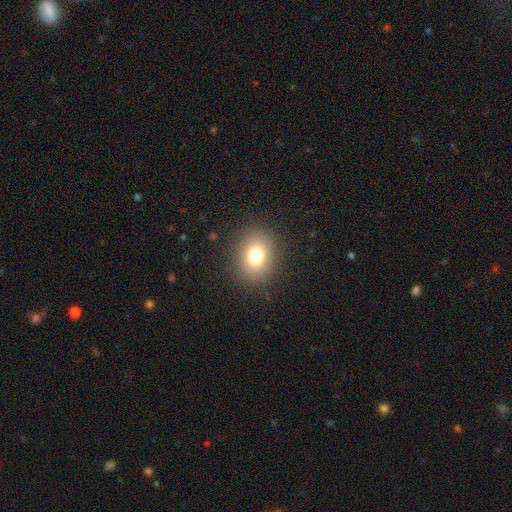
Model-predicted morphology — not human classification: The model was most divided on "how rounded": round: 55%, in between: 44%, cigar-shaped: 1%. More confident: merging — none (88%); smooth or featured — smooth (77%).